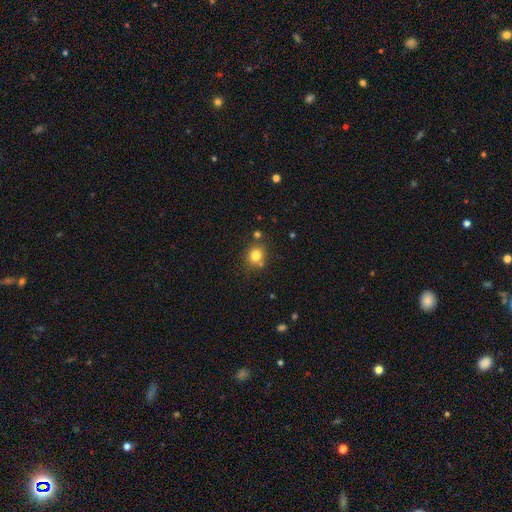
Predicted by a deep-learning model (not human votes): Smooth or featured? smooth (80%)
How rounded? round (77%)
Merging? none (74%)